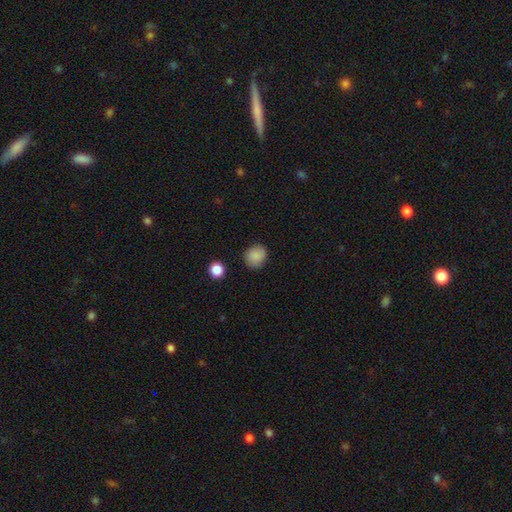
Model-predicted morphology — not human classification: This is clearly a smooth galaxy (84%). How rounded: clearly round (82%). Merging: clearly none (83%).